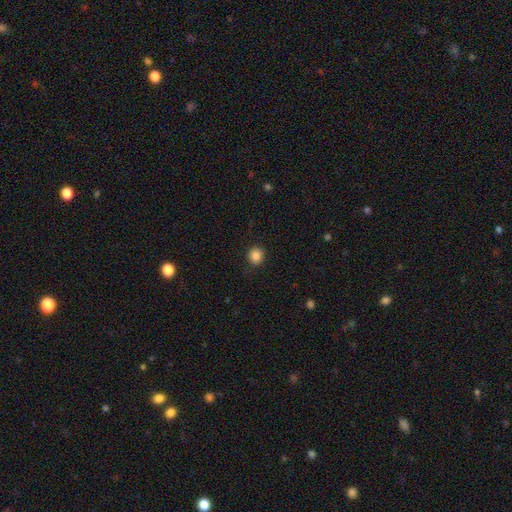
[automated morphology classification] A smooth galaxy with no disk features (86%) that is round (86%).

Vote fractions:
- Smooth or featured? smooth: 86% / star or artifact: 11% / featured or disk: 4%
- How rounded? round: 86% / in between: 13% / cigar-shaped: 1%
- Merging? none: 88% / minor disturbance: 8% / major disturbance: 2% / merger: 1%